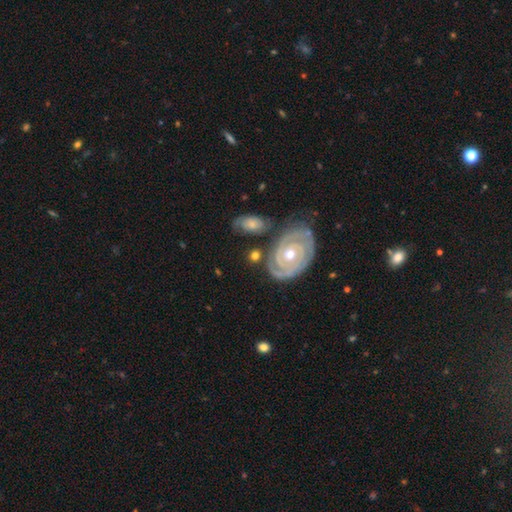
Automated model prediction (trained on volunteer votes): This is likely a featured or disk galaxy (77%). It is clearly not viewed edge-on (95%). Bar: likely no (74%). Spiral arm pattern: clearly yes (93%). Spiral arm count: likely 2 (64%). Spiral winding: likely tight (79%). Central bulge: likely moderate (66%). Merging: likely none (68%).